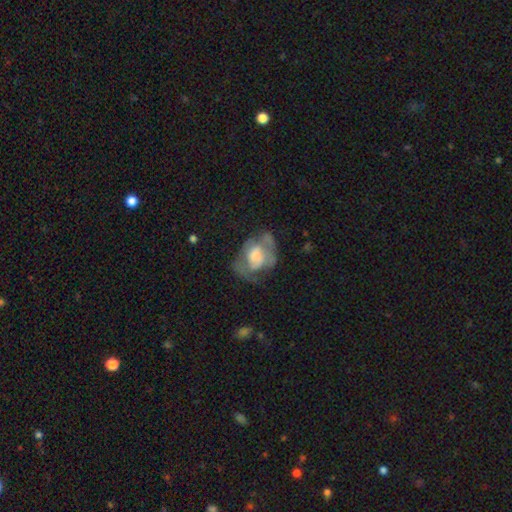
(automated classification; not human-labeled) featured or disk 55%, smooth 36%, star or artifact 9%. Down the decision tree: edge-on disk — no (96%); bar — no (70%); spiral arms — no (56%); bulge size — large (35%); merging — none (39%).